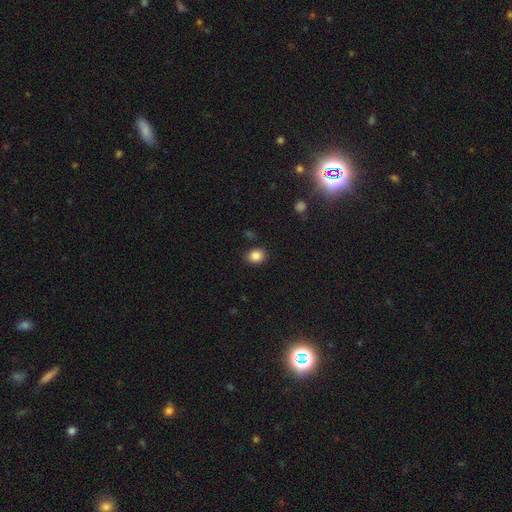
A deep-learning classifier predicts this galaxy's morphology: This appears to be a smooth galaxy with no disk features (86%) that is in between round and cigar-shaped (51%). Merging: none (87%).